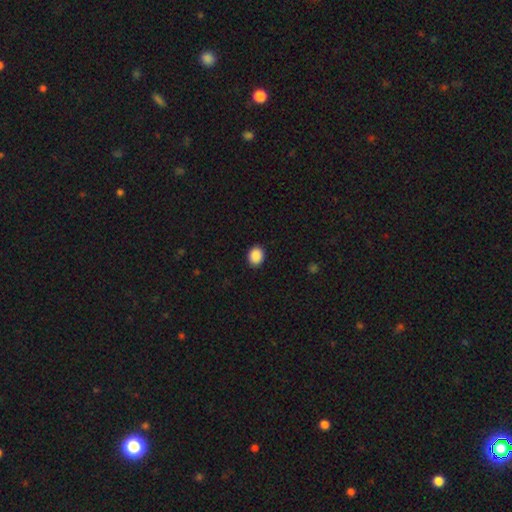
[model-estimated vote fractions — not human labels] Morphology: type=smooth (89%); roundness=round (62%); merging=none (92%).